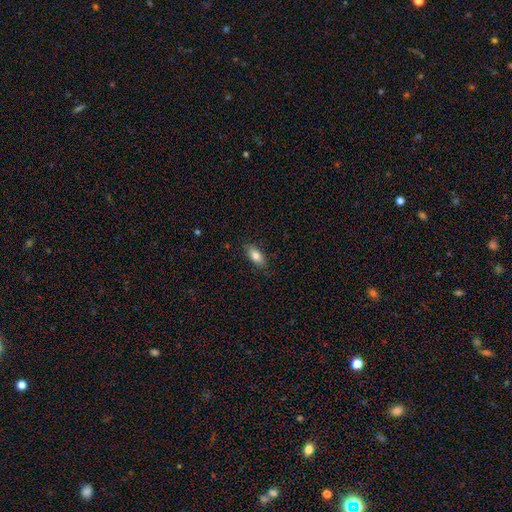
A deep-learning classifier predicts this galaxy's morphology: Smooth or featured: smooth — 82% (featured or disk — 11%)
How rounded: in between — 87% (cigar-shaped — 10%)
Merging: none — 84% (minor disturbance — 12%)